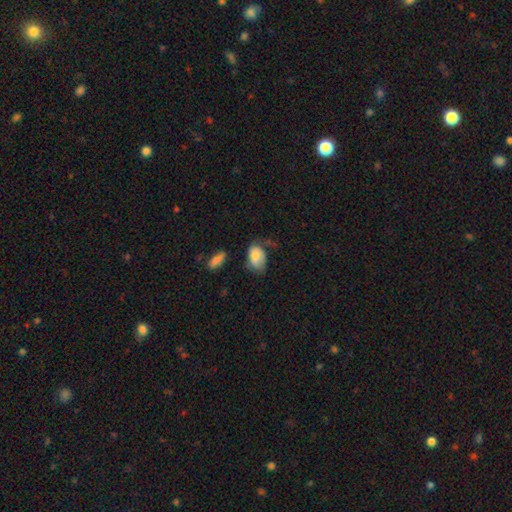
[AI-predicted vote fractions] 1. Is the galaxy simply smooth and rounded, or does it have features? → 78% smooth, 14% featured or disk, 8% star or artifact.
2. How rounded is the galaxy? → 90% in between, 9% round, 1% cigar-shaped.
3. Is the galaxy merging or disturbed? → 38% none, 37% minor disturbance, 18% major disturbance, 7% merger.